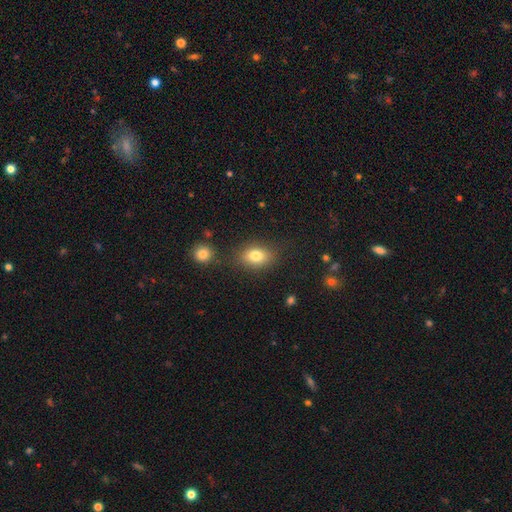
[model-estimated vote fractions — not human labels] Smooth or featured?
  - smooth: 80% *
  - star or artifact: 10%
  - featured or disk: 10%
How rounded?
  - in between: 73% *
  - round: 25%
  - cigar-shaped: 2%
Merging?
  - none: 78% *
  - minor disturbance: 13%
  - merger: 5%
  - major disturbance: 4%